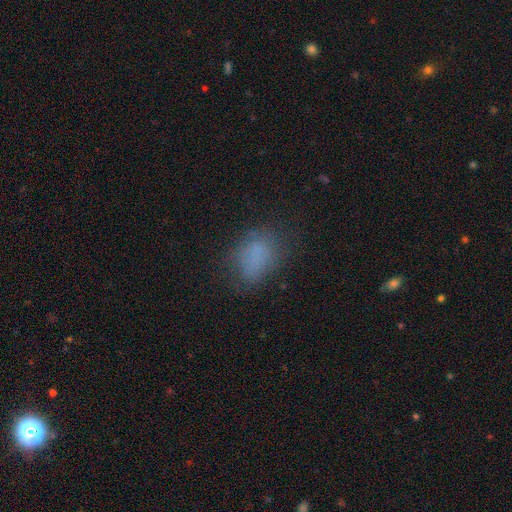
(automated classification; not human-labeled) A smooth galaxy with no disk features (74%) that is in between round and cigar-shaped (77%).

Vote fractions:
- Smooth or featured? smooth: 74% / star or artifact: 14% / featured or disk: 12%
- How rounded? in between: 77% / round: 21% / cigar-shaped: 2%
- Merging? none: 64% / minor disturbance: 21% / major disturbance: 12% / merger: 2%